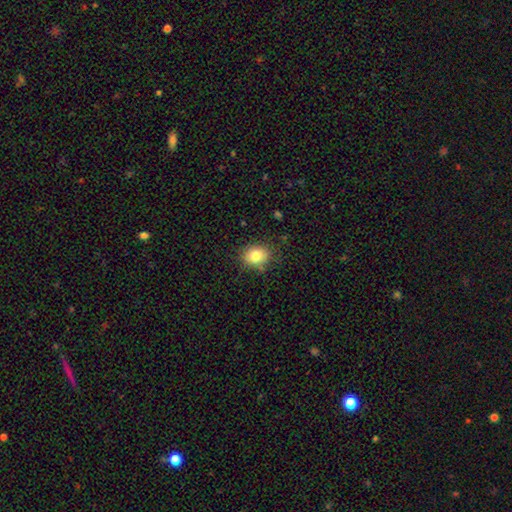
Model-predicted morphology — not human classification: A smooth galaxy with no disk features (82%) that is round (52%). Merging: none (81%).